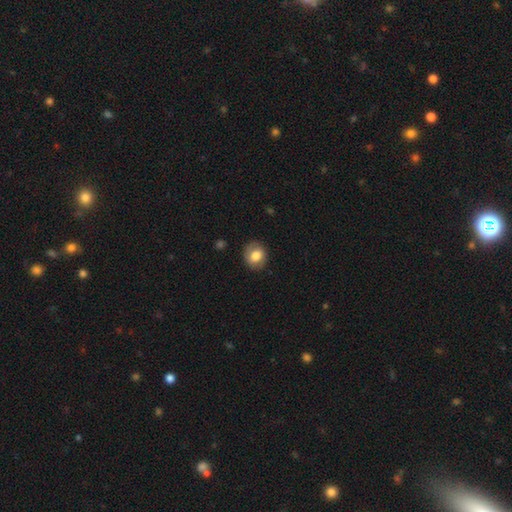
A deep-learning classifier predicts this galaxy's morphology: Smooth or featured? Predicted: smooth (p=0.77). How rounded? Predicted: round (p=0.67). Merging? Predicted: none (p=0.84).